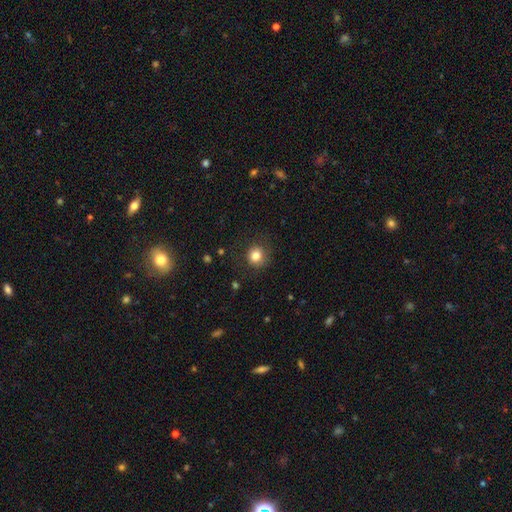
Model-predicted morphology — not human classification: Smooth or featured? smooth (82%)
How rounded? round (89%)
Merging? none (82%)